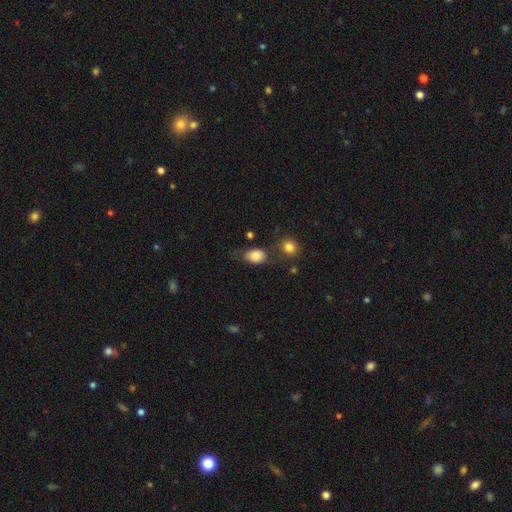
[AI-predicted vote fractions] The model was most divided on "merging": none: 58%, minor disturbance: 25%, major disturbance: 9%, merger: 7%. More confident: smooth or featured — smooth (84%); how rounded — in between (76%).